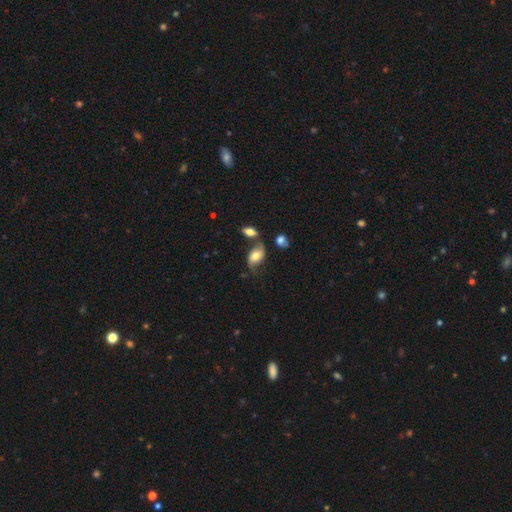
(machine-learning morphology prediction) Smooth or featured?
  - smooth: 51% *
  - featured or disk: 40%
  - star or artifact: 9%
How rounded?
  - in between: 89% *
  - round: 8%
  - cigar-shaped: 3%
Merging?
  - none: 52% *
  - minor disturbance: 21%
  - merger: 17%
  - major disturbance: 10%